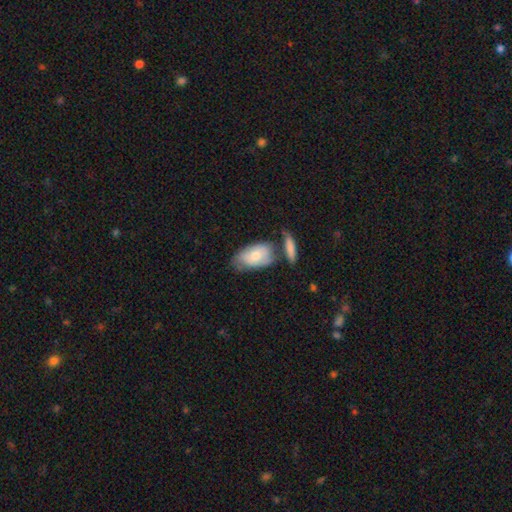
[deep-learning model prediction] smooth 66%, featured or disk 29%, star or artifact 5%. Down the decision tree: how rounded — in between (90%); merging — none (45%).